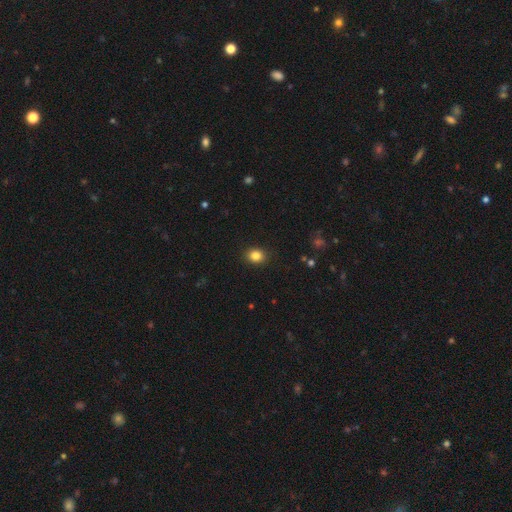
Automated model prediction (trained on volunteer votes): Morphology: type=smooth (84%); roundness=round (61%); merging=none (90%).